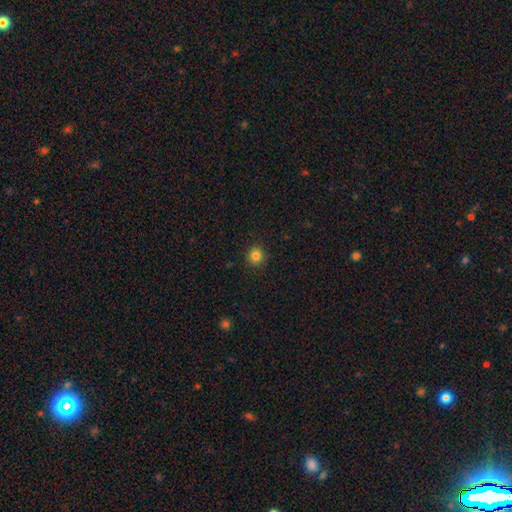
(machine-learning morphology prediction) A smooth galaxy with no disk features (83%) that is round (93%).

Vote fractions:
- Smooth or featured? smooth: 83% / star or artifact: 12% / featured or disk: 5%
- How rounded? round: 93% / in between: 6% / cigar-shaped: 1%
- Merging? none: 91% / minor disturbance: 6% / major disturbance: 2% / merger: 1%